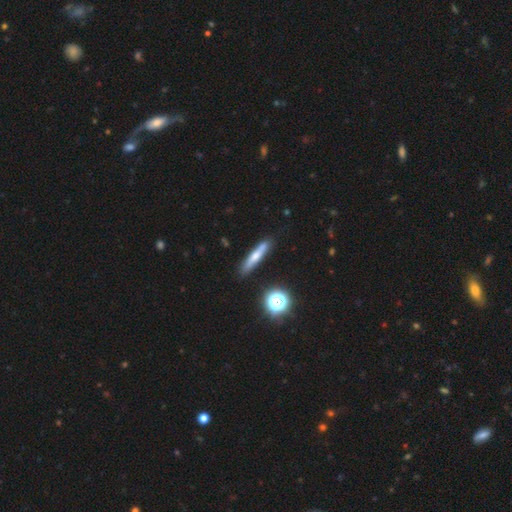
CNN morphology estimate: smooth_or_featured: smooth (p=0.54) [alt: featured or disk p=0.35]
how_rounded: cigar-shaped (p=0.86) [alt: in between p=0.10]
merging: none (p=0.82) [alt: minor disturbance p=0.12]